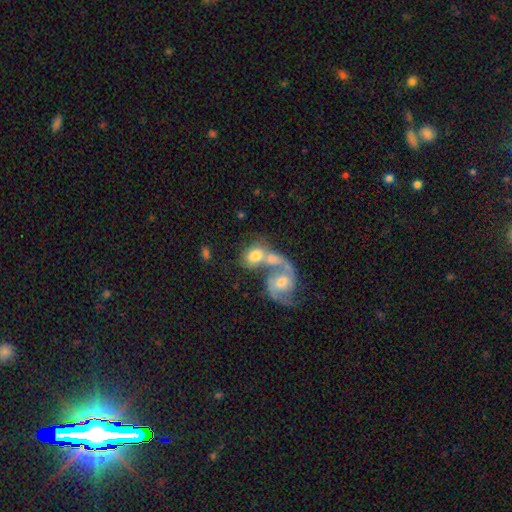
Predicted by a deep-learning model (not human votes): The model was most divided on "smooth or featured" (2-way tie): featured or disk: 46%, smooth: 46%, star or artifact: 8%. More confident: merging — merger (62%).